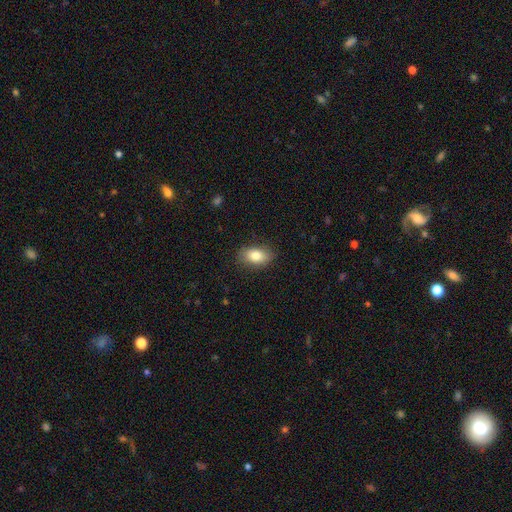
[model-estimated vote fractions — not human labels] smooth 82%, featured or disk 10%, star or artifact 8%. Down the decision tree: how rounded — in between (89%); merging — none (85%).